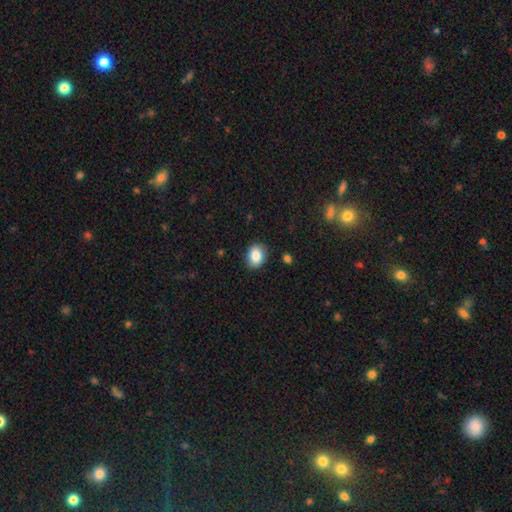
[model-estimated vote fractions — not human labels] smooth 85%, star or artifact 8%, featured or disk 7%. Down the decision tree: how rounded — in between (60%); merging — none (87%).